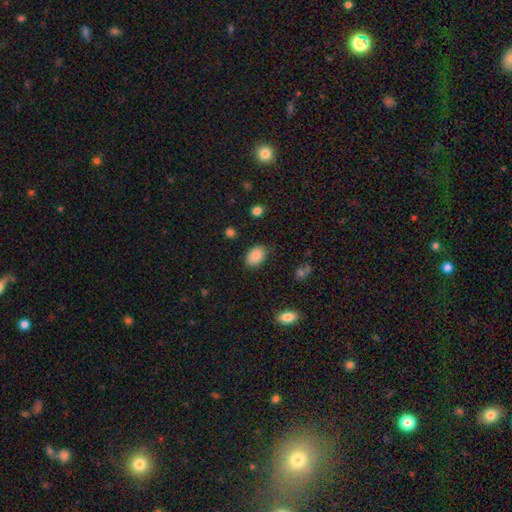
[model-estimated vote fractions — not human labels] Smooth or featured? smooth (87%)
How rounded? in between (84%)
Merging? none (81%)